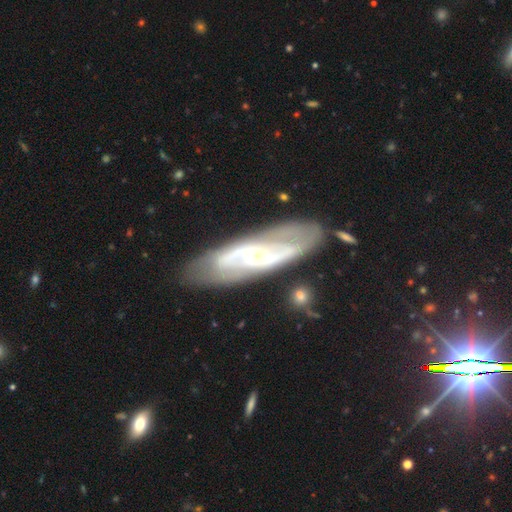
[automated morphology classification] Smooth or featured: featured or disk — 80% (smooth — 14%)
Edge-on disk: no — 82% (yes — 18%)
Bar: no — 54% (weak — 30%)
Spiral arms: yes — 75% (no — 25%)
Bulge size: small — 59% (moderate — 37%)
Merging: none — 80% (minor disturbance — 13%)